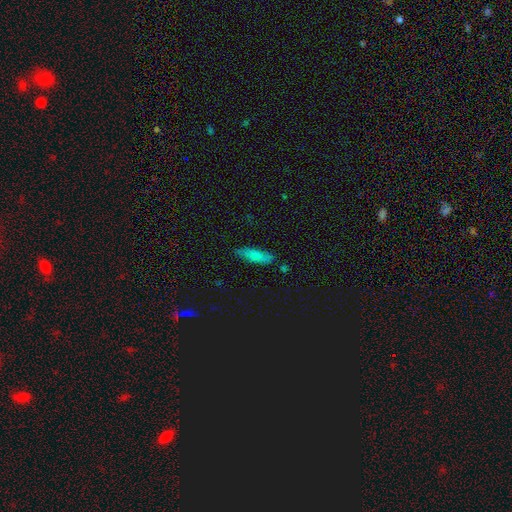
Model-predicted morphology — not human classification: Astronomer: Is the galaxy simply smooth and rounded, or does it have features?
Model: smooth — 74%.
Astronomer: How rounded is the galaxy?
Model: in between — 51% (runner-up: cigar-shaped, 47%).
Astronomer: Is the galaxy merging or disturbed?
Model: none — 79%.